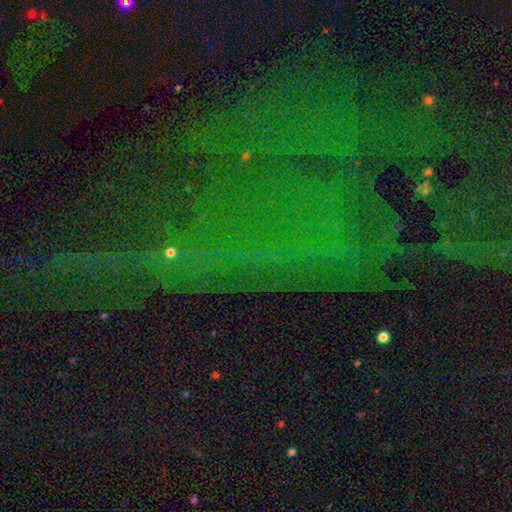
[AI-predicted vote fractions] The model was most divided on "smooth or featured": star or artifact: 81%, featured or disk: 10%, smooth: 9%.